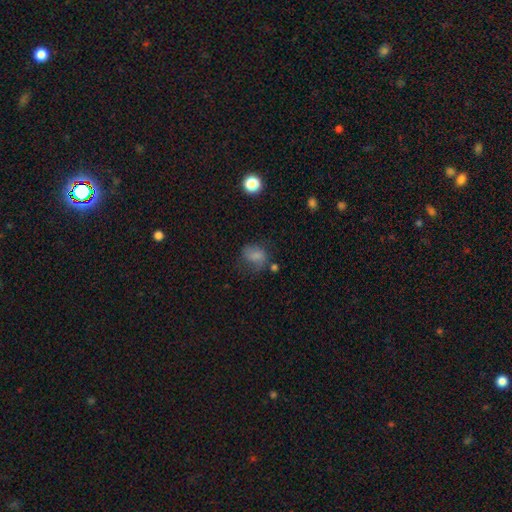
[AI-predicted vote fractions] The model was most divided on "how rounded": in between: 55%, round: 44%, cigar-shaped: 1%. Remaining: smooth or featured — smooth (67%); merging — none (47%).